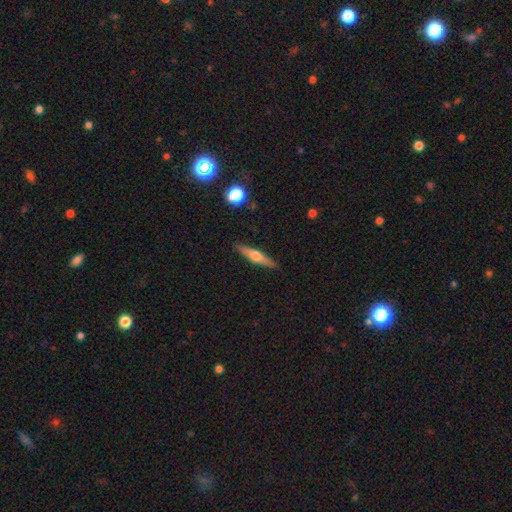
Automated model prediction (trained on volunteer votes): Smooth or featured: featured or disk — 62% (smooth — 32%)
Edge-on disk: yes — 96% (no — 4%)
Edge-on bulge: rounded — 93% (boxy — 4%)
Merging: none — 90% (minor disturbance — 7%)